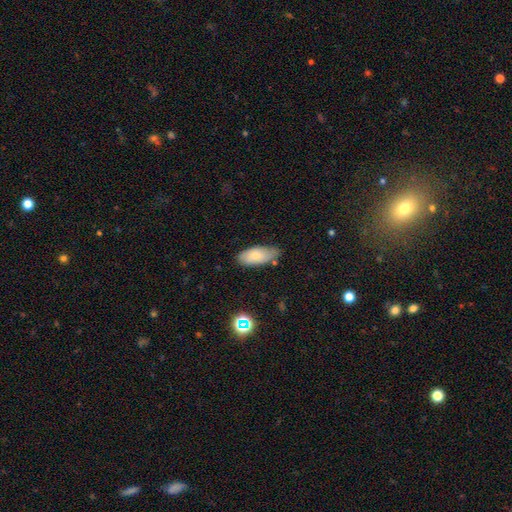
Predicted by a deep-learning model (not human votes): Smooth or featured: smooth — 73% (featured or disk — 19%)
How rounded: in between — 87% (cigar-shaped — 11%)
Merging: none — 72% (minor disturbance — 22%)